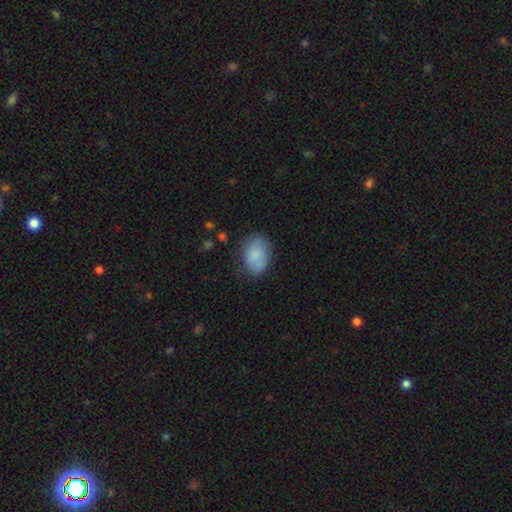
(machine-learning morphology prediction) smooth-or-featured: smooth: 82% | featured or disk: 11% | star or artifact: 7%
  how-rounded: in between: 84% | round: 15% | cigar-shaped: 1%
  merging: none: 73% | minor disturbance: 19% | major disturbance: 5% | merger: 2%